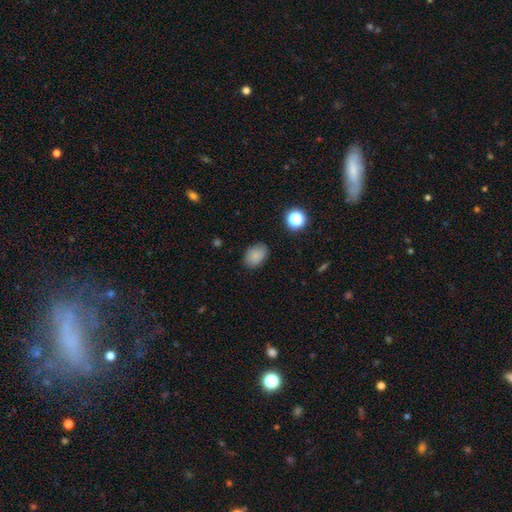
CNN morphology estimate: Overall: smooth (83%). How rounded: in between (78%). Merging: none (82%).